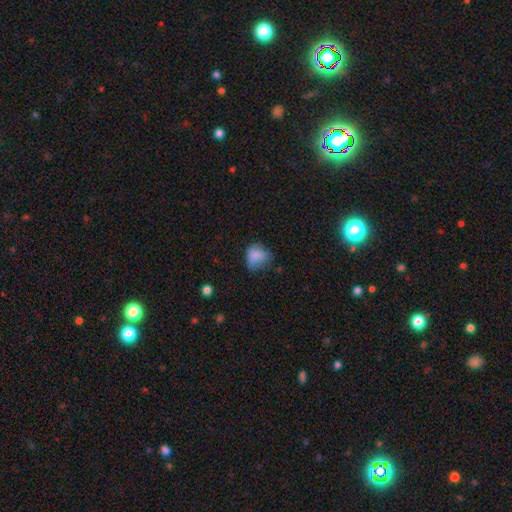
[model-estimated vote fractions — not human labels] Overall: smooth (75%). How rounded: in between (56%; round 43%). Merging: none (37%; minor disturbance 35%).